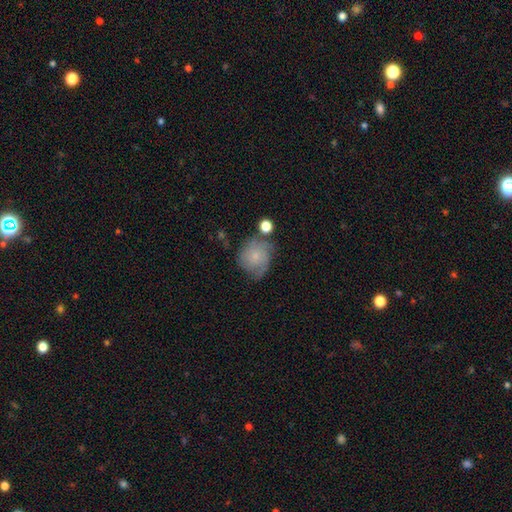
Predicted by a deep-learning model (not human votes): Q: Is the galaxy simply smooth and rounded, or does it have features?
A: smooth — 53%.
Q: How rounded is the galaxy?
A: round — 72%.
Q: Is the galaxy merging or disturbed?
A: none — 50%.